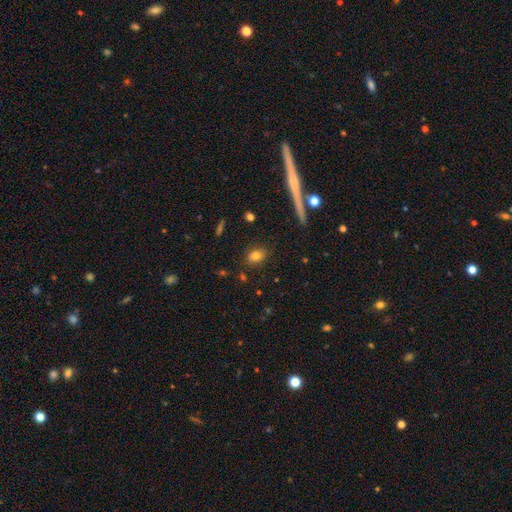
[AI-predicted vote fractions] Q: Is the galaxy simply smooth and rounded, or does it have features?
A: smooth — 79%.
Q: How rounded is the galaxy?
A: in between — 66%.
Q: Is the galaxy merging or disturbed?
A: none — 82%.